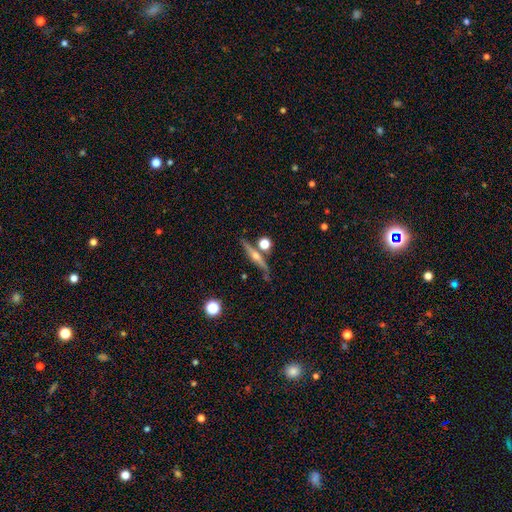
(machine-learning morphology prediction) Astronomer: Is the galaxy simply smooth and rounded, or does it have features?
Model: featured or disk — 72%.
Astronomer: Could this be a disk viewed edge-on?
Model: yes — 96%.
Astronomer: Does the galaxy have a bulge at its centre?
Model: rounded — 86%.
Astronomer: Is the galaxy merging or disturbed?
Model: none — 78%.